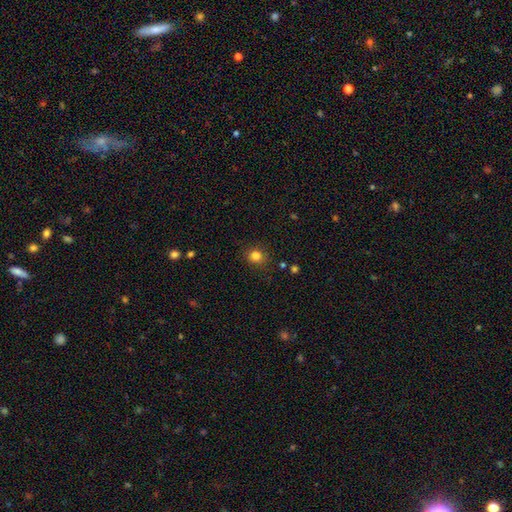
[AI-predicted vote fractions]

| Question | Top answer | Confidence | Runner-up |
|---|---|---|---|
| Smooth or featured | smooth | 83% | star or artifact (13%) |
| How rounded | round | 81% | in between (18%) |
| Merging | none | 84% | minor disturbance (11%) |